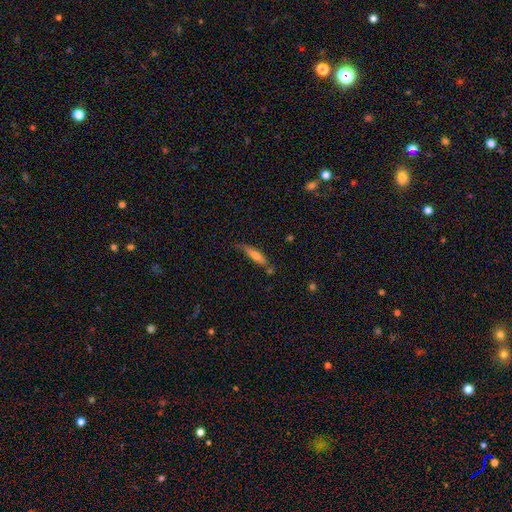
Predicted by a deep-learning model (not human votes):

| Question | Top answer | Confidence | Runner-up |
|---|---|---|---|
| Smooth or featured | smooth | 61% | featured or disk (32%) |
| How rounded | cigar-shaped | 78% | in between (20%) |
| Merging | none | 57% | minor disturbance (27%) |